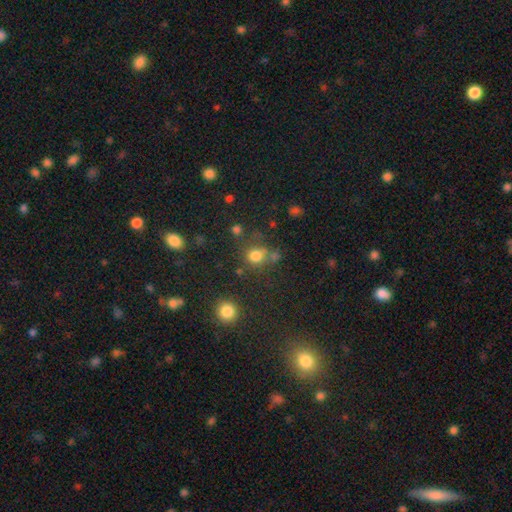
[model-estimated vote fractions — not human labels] Smooth or featured: smooth — 73% (star or artifact — 19%)
How rounded: round — 82% (in between — 17%)
Merging: none — 61% (merger — 18%)